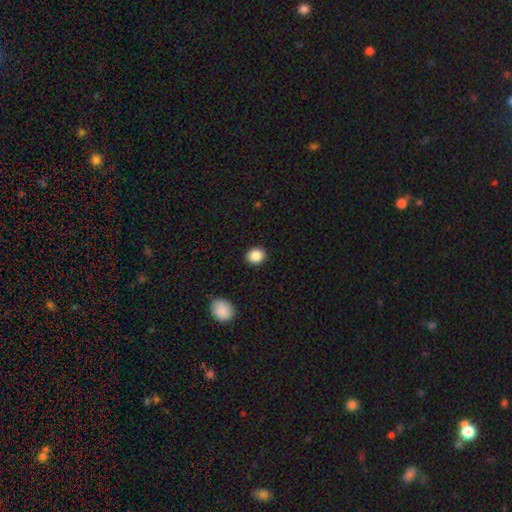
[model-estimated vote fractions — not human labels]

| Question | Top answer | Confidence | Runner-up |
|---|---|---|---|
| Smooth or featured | smooth | 86% | star or artifact (9%) |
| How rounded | round | 75% | in between (24%) |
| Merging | none | 92% | minor disturbance (5%) |